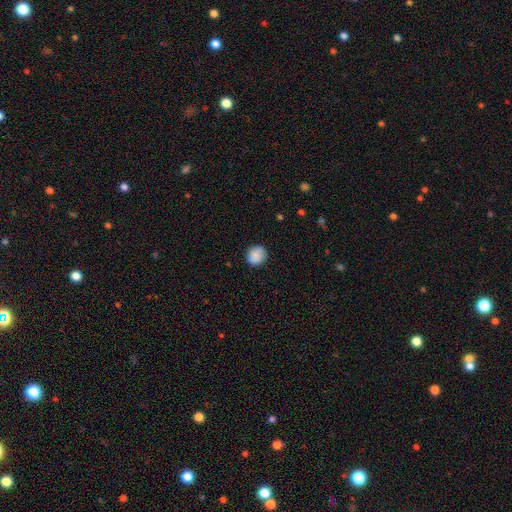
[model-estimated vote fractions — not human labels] Overall: smooth (86%). How rounded: round (81%). Merging: none (85%).